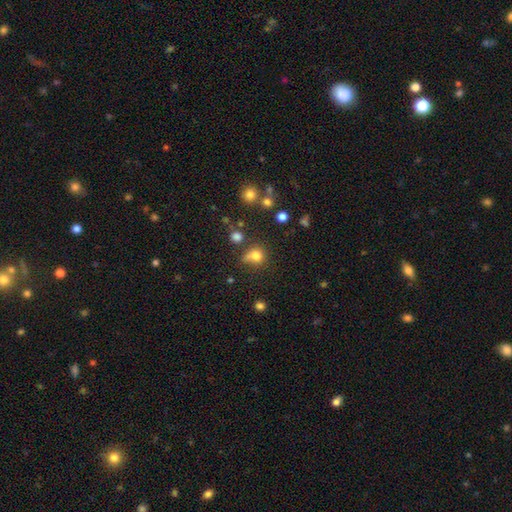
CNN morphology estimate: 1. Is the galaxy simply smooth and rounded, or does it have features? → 75% smooth, 16% star or artifact, 9% featured or disk.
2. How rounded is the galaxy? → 83% round, 16% in between, 1% cigar-shaped.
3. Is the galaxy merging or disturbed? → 54% none, 20% minor disturbance, 15% merger, 11% major disturbance.